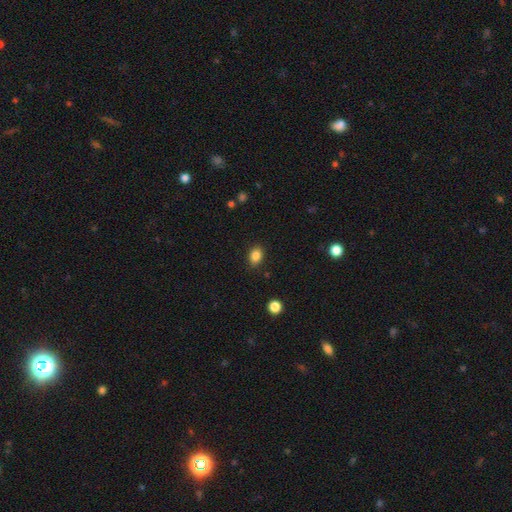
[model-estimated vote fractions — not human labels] Q: Smooth or featured?
A: smooth (85%); runner-up: star or artifact (10%)
Q: How rounded?
A: in between (65%); runner-up: round (34%)
Q: Merging?
A: none (85%); runner-up: minor disturbance (11%)